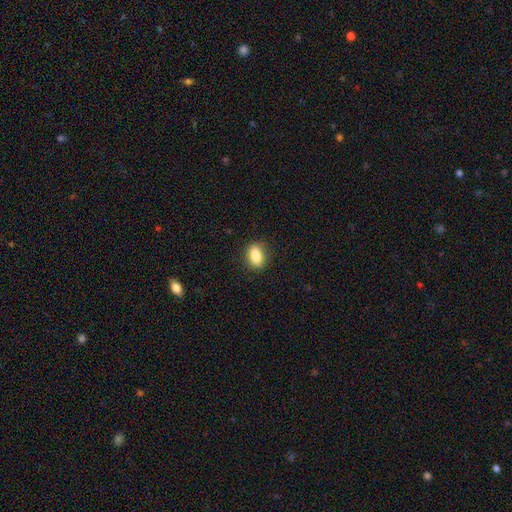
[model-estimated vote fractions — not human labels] A smooth galaxy with no disk features (84%) that is in between round and cigar-shaped (78%). Merging: none (86%).